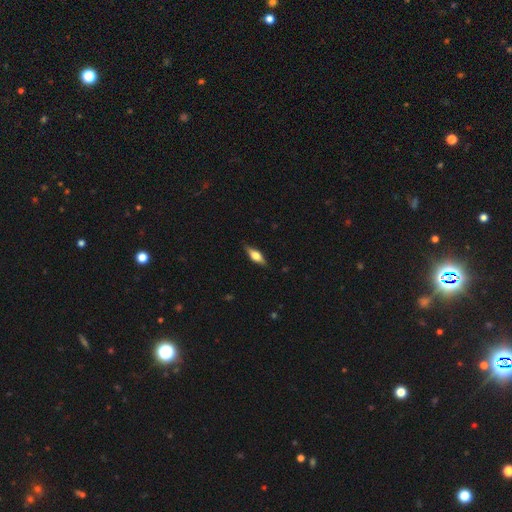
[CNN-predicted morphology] The model was most divided on "smooth or featured": smooth: 48%, featured or disk: 45%, star or artifact: 7%. More confident: merging — none (85%).